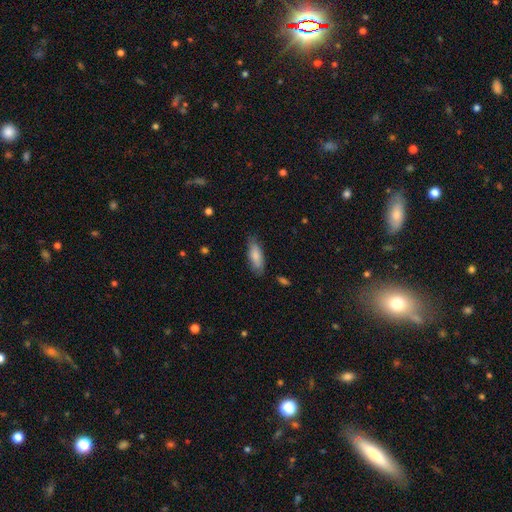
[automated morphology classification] type=smooth (80%); roundness=in between (65%); merging=none (78%).